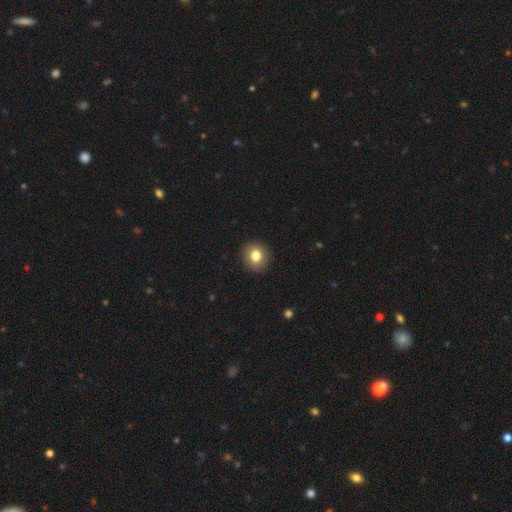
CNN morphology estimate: Smooth or featured? smooth (81%)
How rounded? round (86%)
Merging? none (92%)